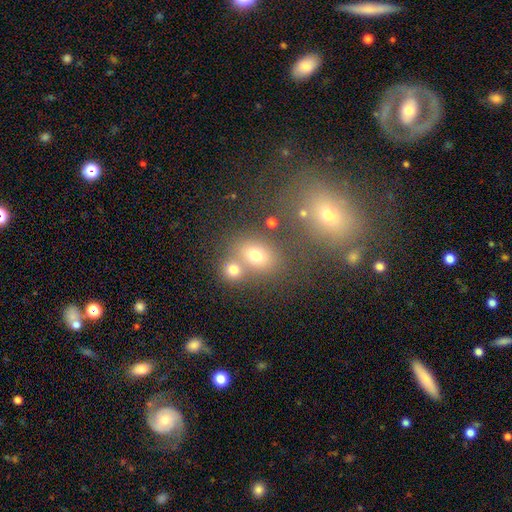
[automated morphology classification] This appears to be a smooth galaxy with no disk features (68%) that is round (51%). Merging: none (52%).